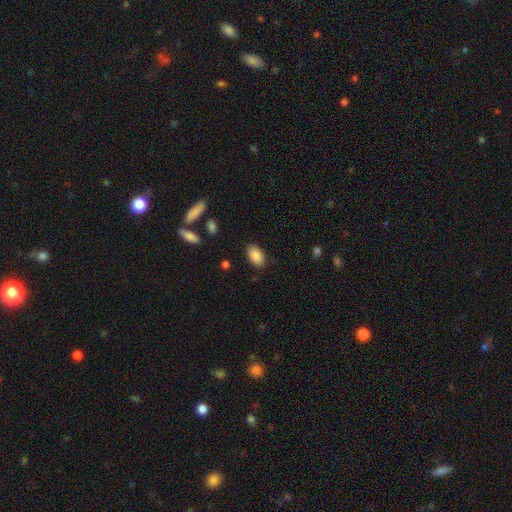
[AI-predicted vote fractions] Smooth or featured? smooth (87%)
How rounded? in between (93%)
Merging? none (86%)